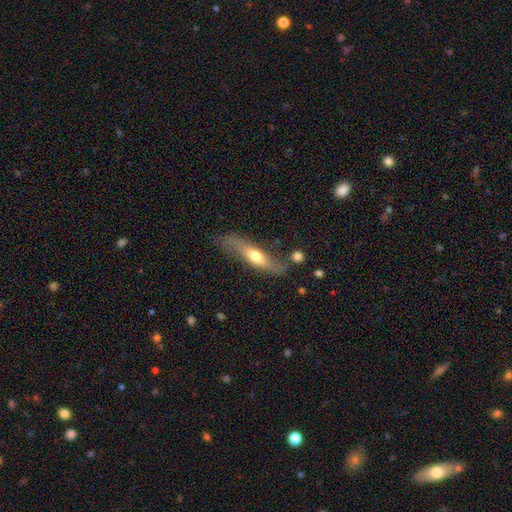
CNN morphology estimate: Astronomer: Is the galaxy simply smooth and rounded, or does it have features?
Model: featured or disk — 52% (runner-up: smooth, 42%).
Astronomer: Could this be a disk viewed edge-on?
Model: yes — 67%.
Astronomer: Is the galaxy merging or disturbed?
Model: none — 60%.